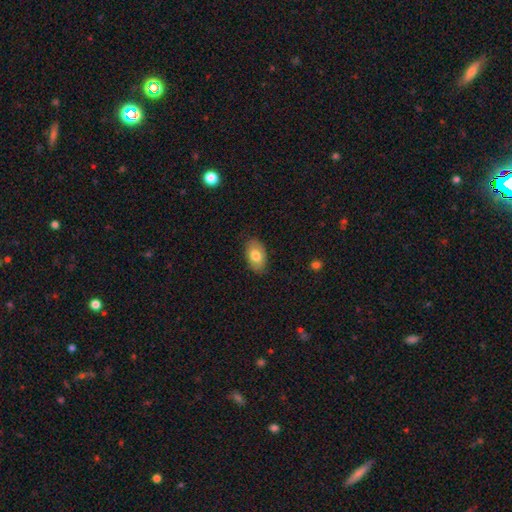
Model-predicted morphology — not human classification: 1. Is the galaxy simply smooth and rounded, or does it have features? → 76% smooth, 17% featured or disk, 7% star or artifact.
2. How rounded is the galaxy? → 92% in between, 7% round, 1% cigar-shaped.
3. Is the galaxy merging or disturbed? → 83% none, 13% minor disturbance, 3% major disturbance, 1% merger.